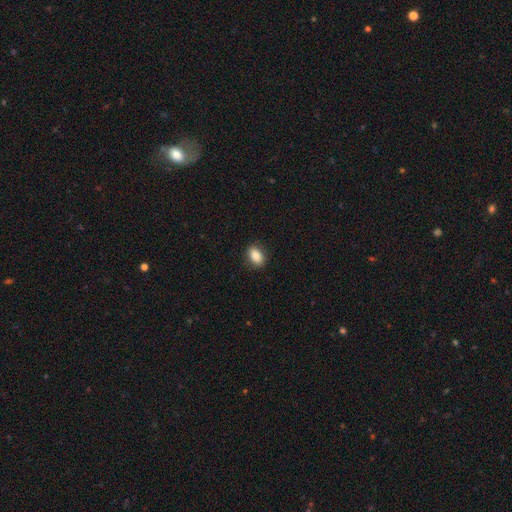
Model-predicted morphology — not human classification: smooth 83%, featured or disk 9%, star or artifact 8%. Down the decision tree: how rounded — in between (81%); merging — none (89%).